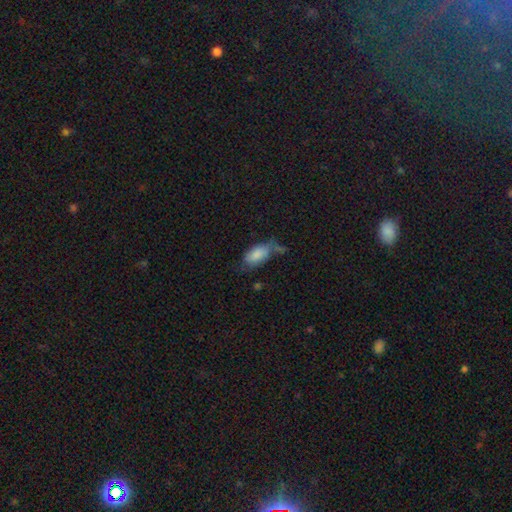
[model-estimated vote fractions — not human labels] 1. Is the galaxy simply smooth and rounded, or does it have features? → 70% smooth, 20% featured or disk, 10% star or artifact.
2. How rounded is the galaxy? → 90% in between, 6% cigar-shaped, 4% round.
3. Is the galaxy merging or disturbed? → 45% none, 29% minor disturbance, 15% major disturbance, 12% merger.